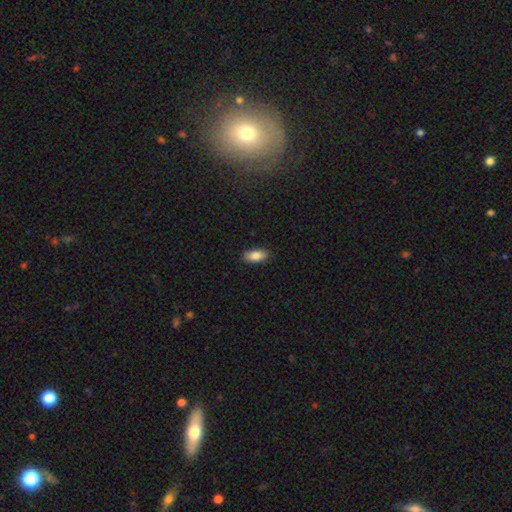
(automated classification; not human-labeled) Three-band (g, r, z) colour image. It shows a smooth galaxy with no disk features (86%) that is in between round and cigar-shaped (90%). Merging: none (88%).